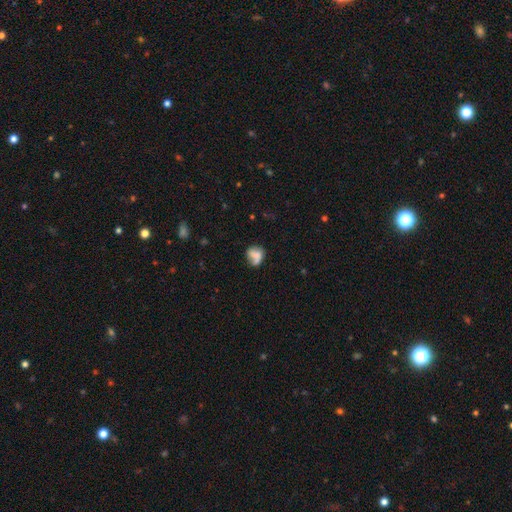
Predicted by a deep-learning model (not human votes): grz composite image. It shows a smooth galaxy with no disk features (64%) that is round (54%). Merging: none (38%).